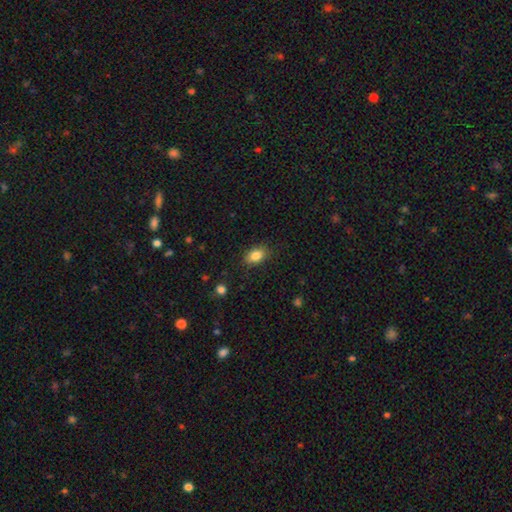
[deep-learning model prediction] A smooth galaxy with no disk features (85%) that is in between round and cigar-shaped (84%). Merging: none (84%).